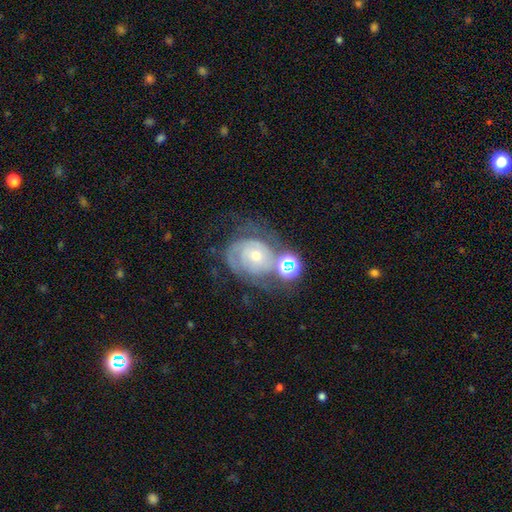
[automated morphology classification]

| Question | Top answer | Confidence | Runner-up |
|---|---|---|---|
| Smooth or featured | featured or disk | 71% | smooth (17%) |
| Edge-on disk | no | 97% | yes (3%) |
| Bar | no | 74% | weak (22%) |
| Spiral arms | yes | 86% | no (14%) |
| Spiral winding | tight | 58% | medium (32%) |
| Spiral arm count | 2 | 36% | tied: can't tell (36%) |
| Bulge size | small | 49% | moderate (43%) |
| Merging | none | 41% | minor disturbance (23%) |